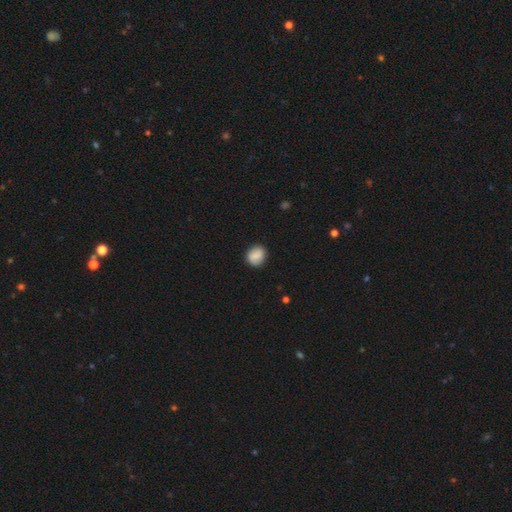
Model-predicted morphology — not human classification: type=smooth (85%); roundness=round (68%); merging=none (84%).